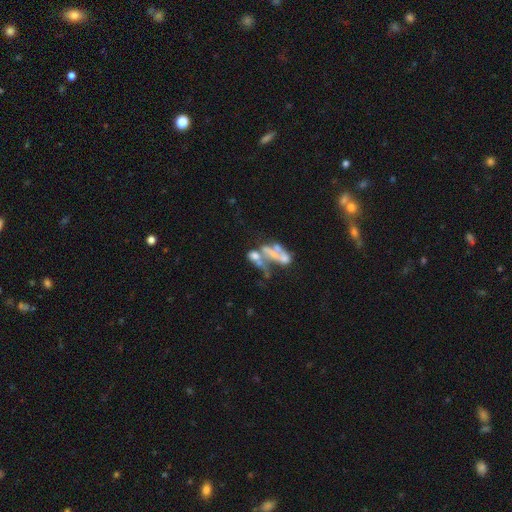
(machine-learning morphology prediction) type=featured or disk (57%); edge-on=no (94%); bar=no (86%); spiral arms=no (90%); bulge=none (67%); merging=merger (53%).